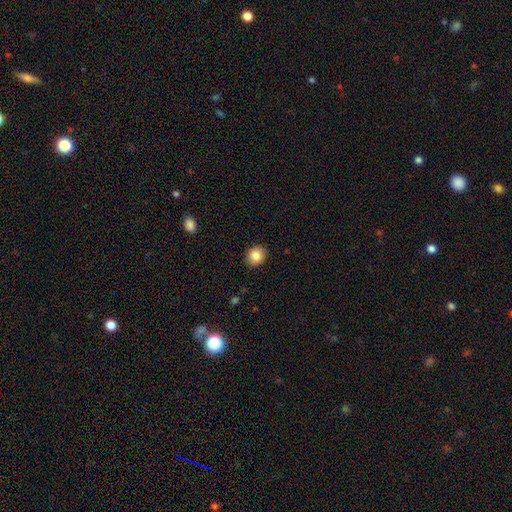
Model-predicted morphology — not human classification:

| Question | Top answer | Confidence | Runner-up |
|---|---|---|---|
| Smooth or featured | smooth | 85% | star or artifact (9%) |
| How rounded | round | 69% | in between (30%) |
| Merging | none | 90% | minor disturbance (7%) |